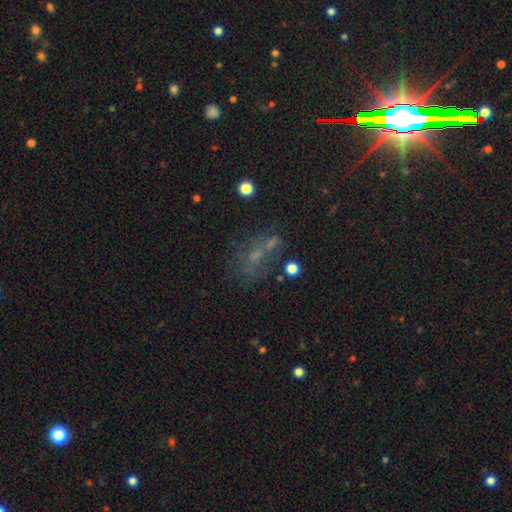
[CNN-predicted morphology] Smooth or featured?
  - star or artifact: 37% *
  - smooth: 32%
  - featured or disk: 31%